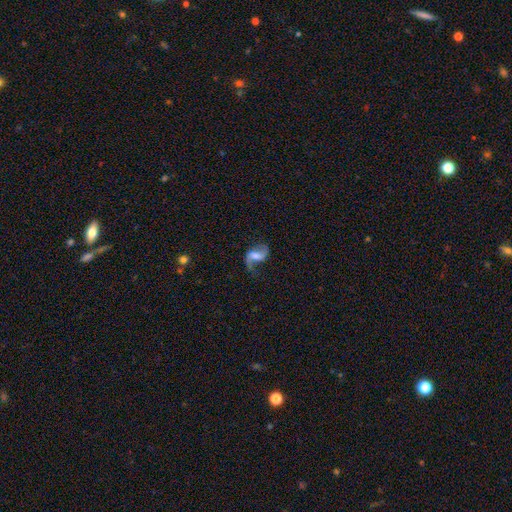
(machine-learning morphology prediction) Smooth or featured?
  - featured or disk: 82% *
  - smooth: 11%
  - star or artifact: 6%
Edge-on disk?
  - no: 97% *
  - yes: 3%
Bar?
  - weak: 49% *
  - strong: 26%
  - no: 25%
Spiral arms?
  - yes: 95% *
  - no: 5%
Spiral winding?
  - loose: 70% *
  - medium: 25%
  - tight: 5%
Spiral arm count?
  - 2: 87% *
  - 1: 8%
  - can't tell: 2%
  - 3: 1%
  - 4: 1%
  - more than 4: 1%
Bulge size?
  - moderate: 43% *
  - small: 29%
  - none: 15%
  - large: 11%
  - dominant: 2%
Merging?
  - none: 65% *
  - minor disturbance: 18%
  - major disturbance: 14%
  - merger: 2%